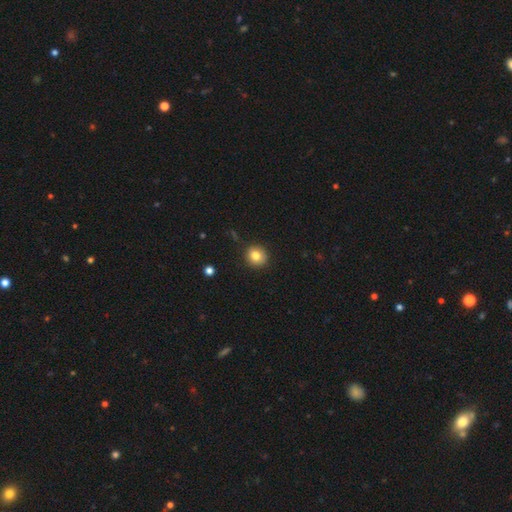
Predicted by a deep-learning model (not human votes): Overall: smooth (82%). How rounded: round (89%). Merging: none (88%).